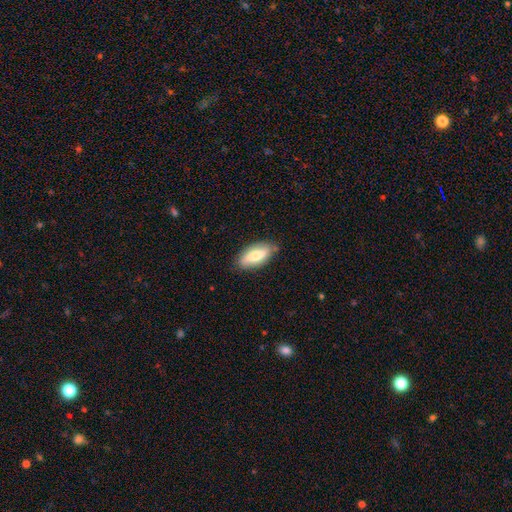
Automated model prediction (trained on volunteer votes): A smooth galaxy with no disk features (68%) that is in between round and cigar-shaped (83%). Merging: none (80%).